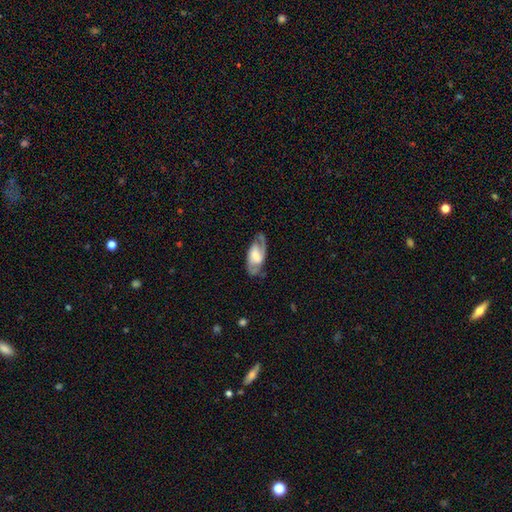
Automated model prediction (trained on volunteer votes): This appears to be a featured or disk galaxy (76%) with a weak bar (44%), 2 (83%) medium (51%) spiral arms (91%) and a moderate central bulge (34%). Merging: none (73%).